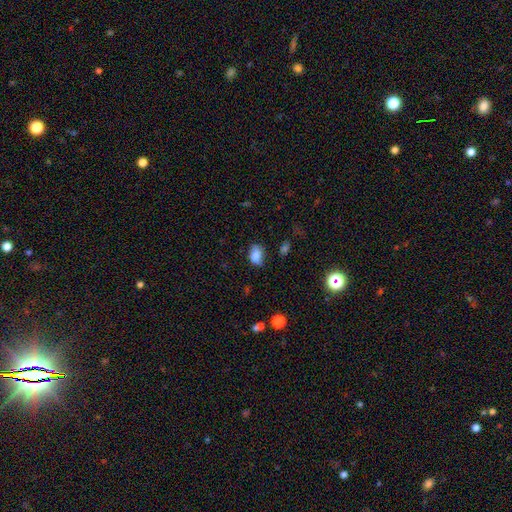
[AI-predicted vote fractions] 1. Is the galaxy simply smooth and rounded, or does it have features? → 83% smooth, 10% star or artifact, 7% featured or disk.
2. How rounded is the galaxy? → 79% in between, 20% round, 1% cigar-shaped.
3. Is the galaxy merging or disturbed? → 63% none, 27% minor disturbance, 7% major disturbance, 3% merger.